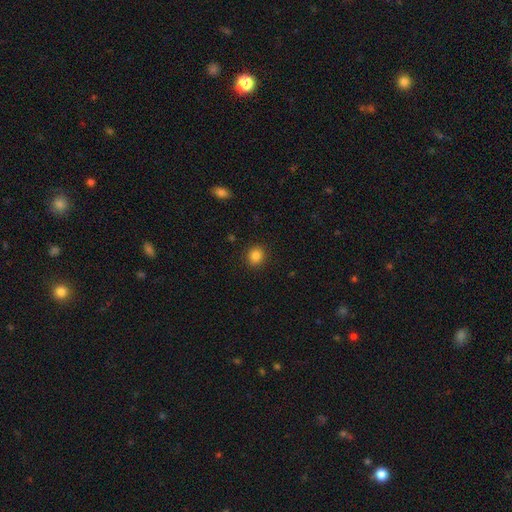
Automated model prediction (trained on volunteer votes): smooth_or_featured: smooth (p=0.85) [alt: star or artifact p=0.11]
how_rounded: round (p=0.80) [alt: in between p=0.19]
merging: none (p=0.90) [alt: minor disturbance p=0.06]